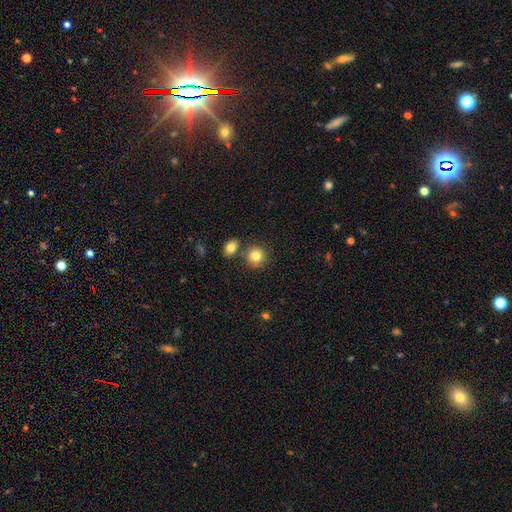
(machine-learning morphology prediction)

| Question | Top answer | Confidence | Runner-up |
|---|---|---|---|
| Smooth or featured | smooth | 82% | star or artifact (10%) |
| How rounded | round | 85% | in between (14%) |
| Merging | none | 73% | merger (15%) |